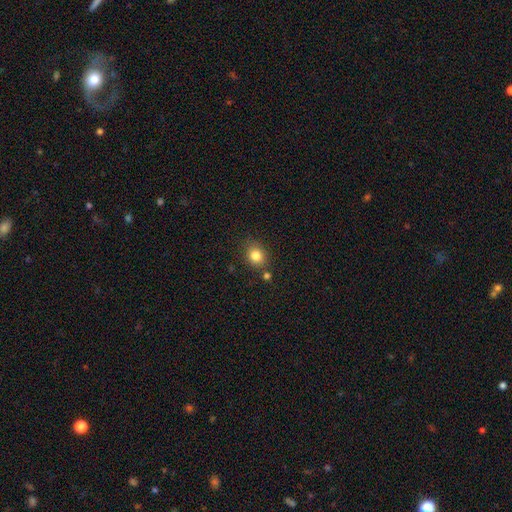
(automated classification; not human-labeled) Overall: smooth (82%). How rounded: round (63%; in between 36%). Merging: none (76%).